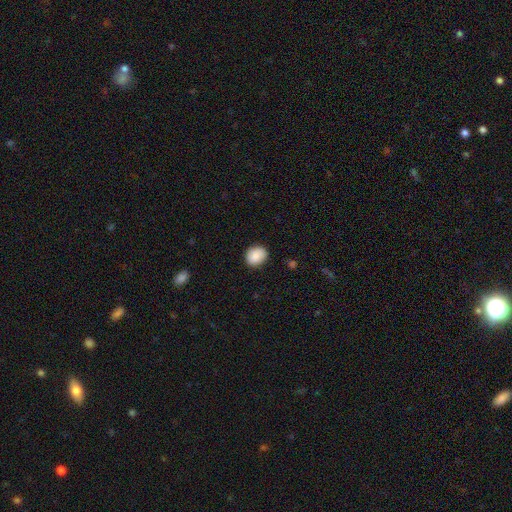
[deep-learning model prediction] Overall: smooth (88%). How rounded: round (65%; in between 34%). Merging: none (87%).